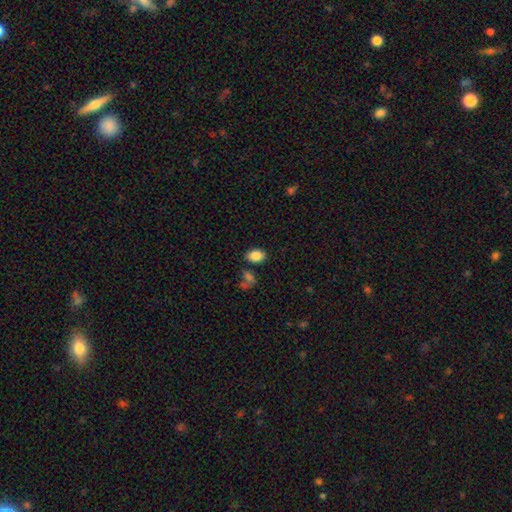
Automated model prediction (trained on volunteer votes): A smooth galaxy with no disk features (86%) that is in between round and cigar-shaped (85%). Merging: none (80%).